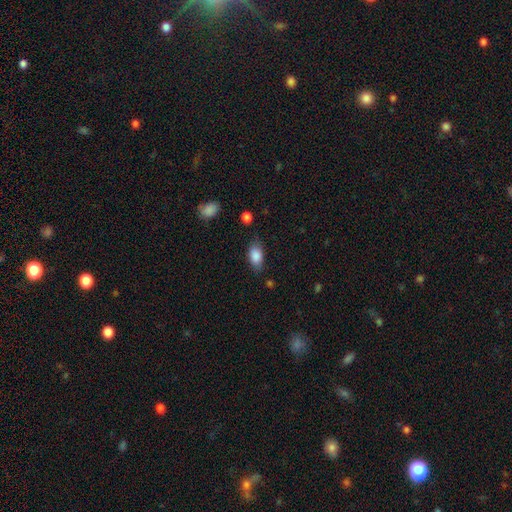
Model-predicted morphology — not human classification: Smooth or featured? smooth (86%)
How rounded? in between (90%)
Merging? none (76%)